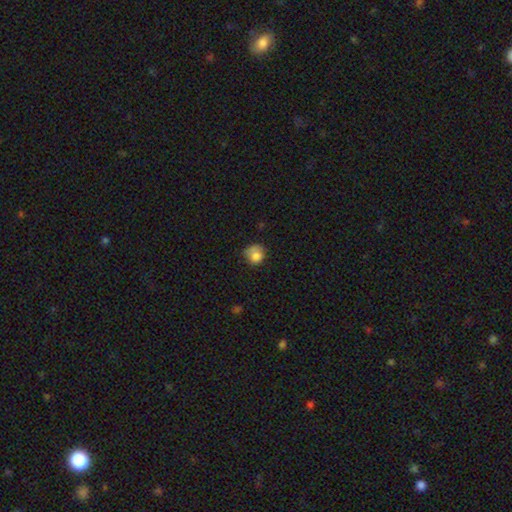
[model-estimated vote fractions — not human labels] The model was most divided on "merging": none: 51%, minor disturbance: 34%, major disturbance: 12%, merger: 3%. More confident: smooth or featured — smooth (80%); how rounded — round (76%).